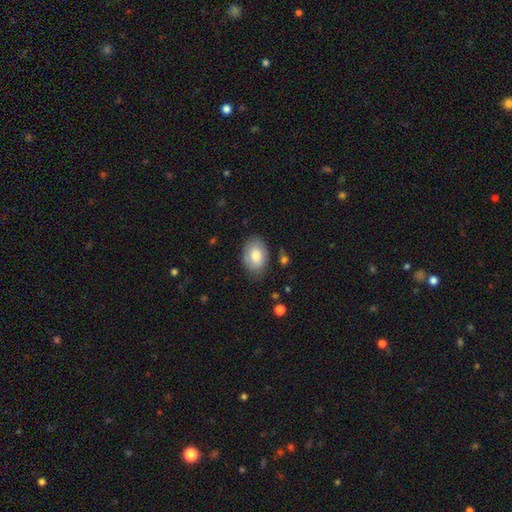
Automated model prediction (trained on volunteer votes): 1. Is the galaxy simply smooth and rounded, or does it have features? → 79% smooth, 15% featured or disk, 7% star or artifact.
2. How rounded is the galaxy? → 85% in between, 14% round, 1% cigar-shaped.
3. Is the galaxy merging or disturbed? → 77% none, 18% minor disturbance, 4% major disturbance, 2% merger.